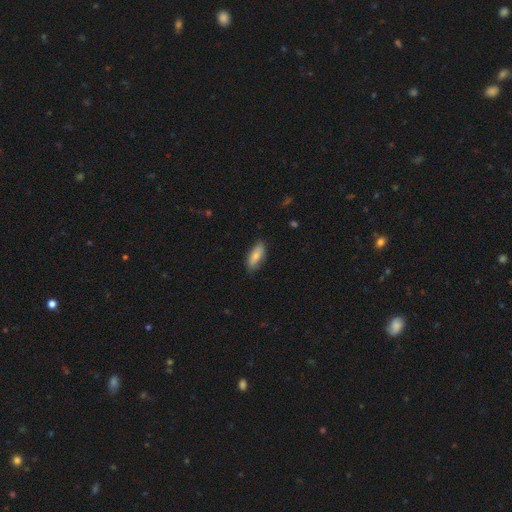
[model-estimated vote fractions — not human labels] A smooth galaxy with no disk features (76%) that is in between round and cigar-shaped (75%). Merging: none (81%).